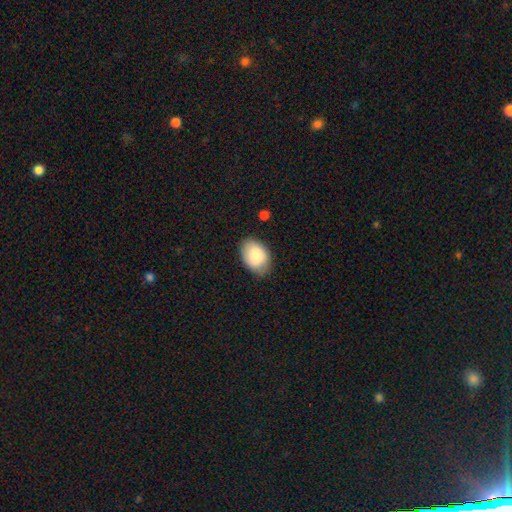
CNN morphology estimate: smooth 84%, featured or disk 10%, star or artifact 6%. Down the decision tree: how rounded — in between (85%); merging — none (78%).